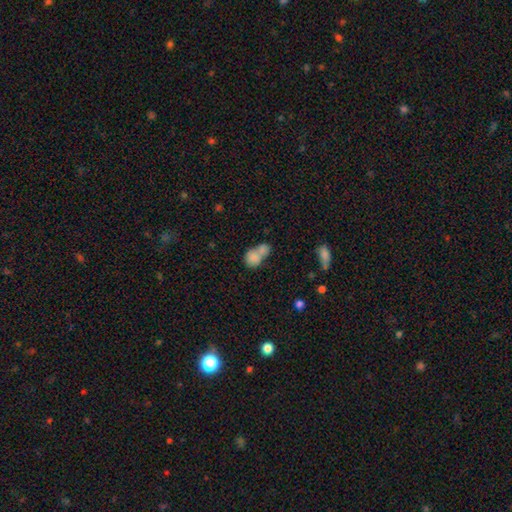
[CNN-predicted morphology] Smooth or featured: smooth — 78% (featured or disk — 14%)
How rounded: in between — 61% (round — 37%)
Merging: merger — 68% (none — 19%)